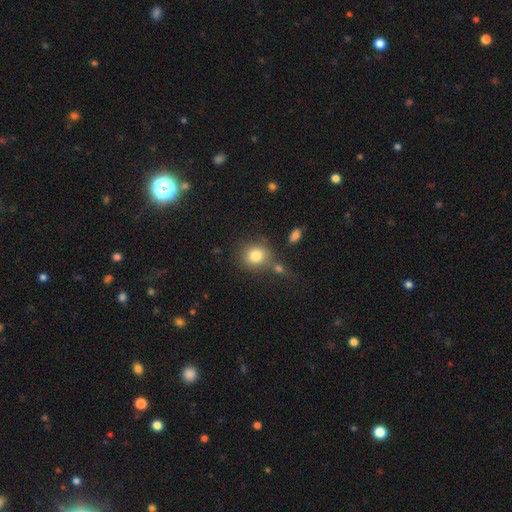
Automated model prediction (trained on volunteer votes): Smooth or featured?
  - smooth: 82% *
  - star or artifact: 10%
  - featured or disk: 8%
How rounded?
  - round: 80% *
  - in between: 19%
  - cigar-shaped: 1%
Merging?
  - none: 67% *
  - merger: 15%
  - minor disturbance: 12%
  - major disturbance: 5%